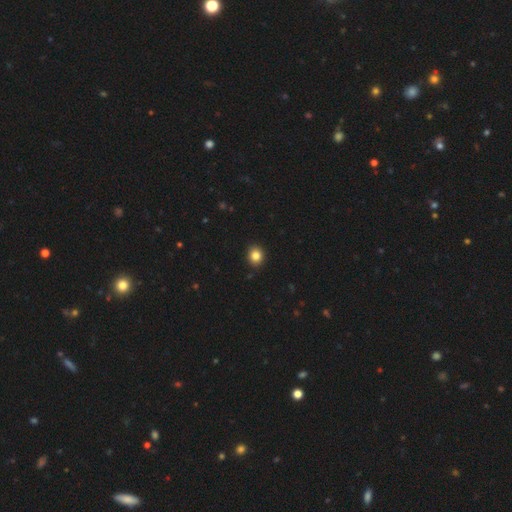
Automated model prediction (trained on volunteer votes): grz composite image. It shows a smooth galaxy with no disk features (84%) that is round (77%). Merging: none (91%).